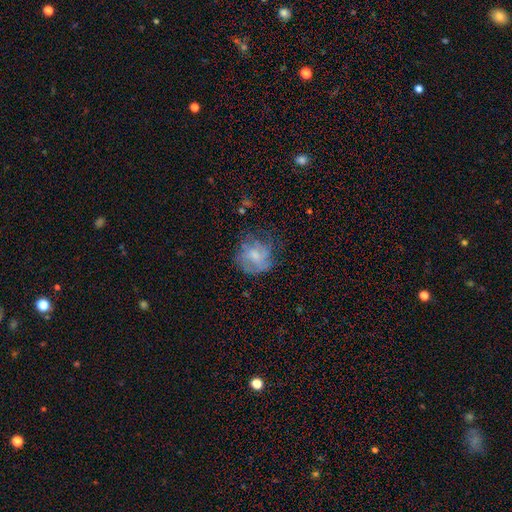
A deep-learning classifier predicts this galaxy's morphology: This appears to be a smooth galaxy with no disk features (50%) that is round (80%). Merging: none (56%).